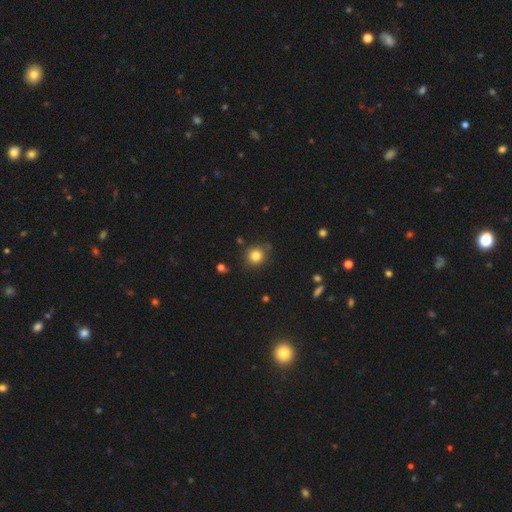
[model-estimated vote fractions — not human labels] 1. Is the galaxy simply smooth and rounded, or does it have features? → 83% smooth, 12% star or artifact, 6% featured or disk.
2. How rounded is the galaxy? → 90% round, 10% in between, 1% cigar-shaped.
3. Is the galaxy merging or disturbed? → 82% none, 12% minor disturbance, 3% merger, 3% major disturbance.